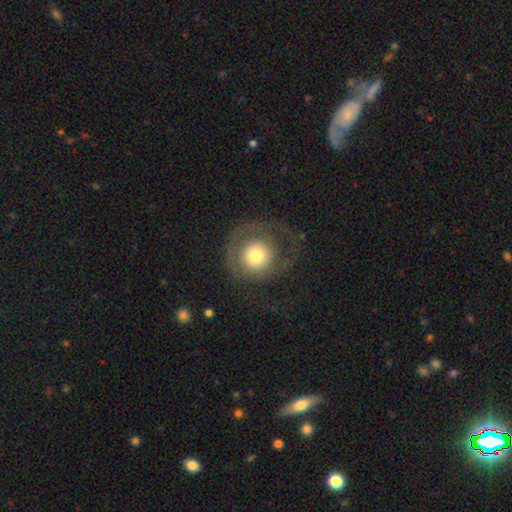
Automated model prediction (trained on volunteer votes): A smooth galaxy with no disk features (57%) that is round (91%). Merging: none (53%).